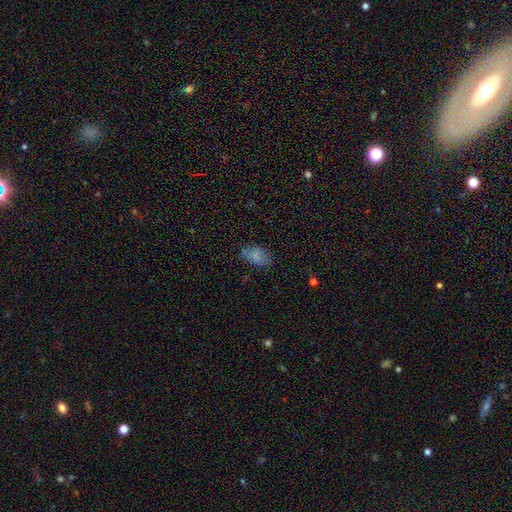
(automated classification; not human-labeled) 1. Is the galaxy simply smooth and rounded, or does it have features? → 77% smooth, 12% star or artifact, 11% featured or disk.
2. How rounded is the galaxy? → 88% in between, 10% round, 2% cigar-shaped.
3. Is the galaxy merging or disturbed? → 68% none, 22% minor disturbance, 7% major disturbance, 3% merger.